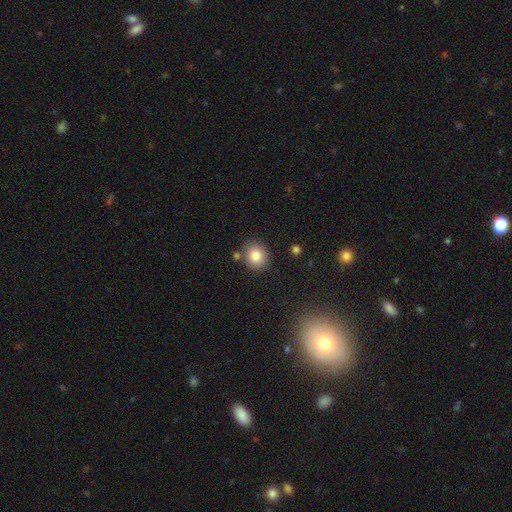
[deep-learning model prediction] Morphology: type=smooth (82%); roundness=round (79%); merging=none (80%).